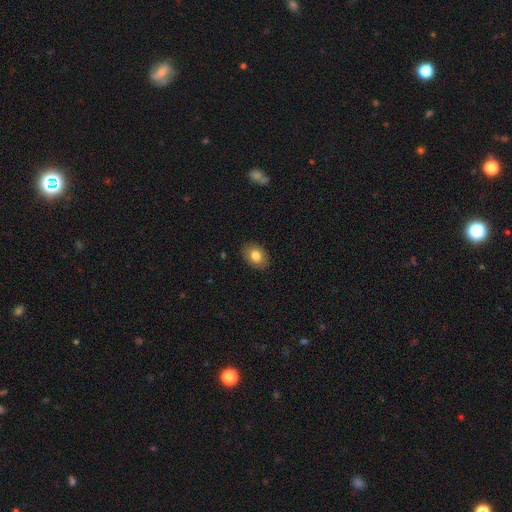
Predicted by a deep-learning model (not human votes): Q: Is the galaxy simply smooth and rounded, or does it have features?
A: smooth — 82%.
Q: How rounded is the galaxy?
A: in between — 75%.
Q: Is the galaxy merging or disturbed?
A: none — 88%.